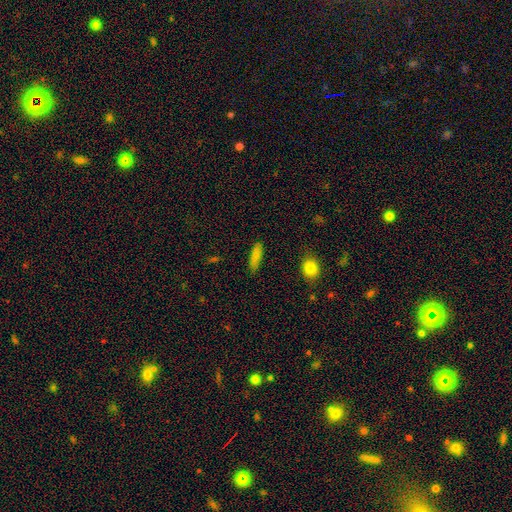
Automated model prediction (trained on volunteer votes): This is clearly a smooth galaxy (83%). How rounded: likely cigar-shaped (60%). Merging: clearly none (85%).